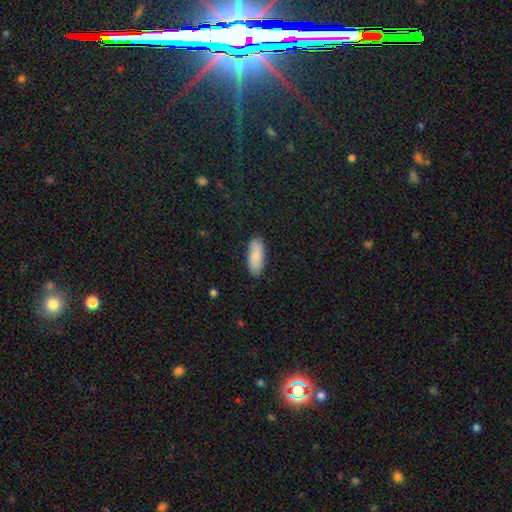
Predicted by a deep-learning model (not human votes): This appears to be a smooth galaxy with no disk features (86%) that is in between round and cigar-shaped (74%). Merging: none (85%).